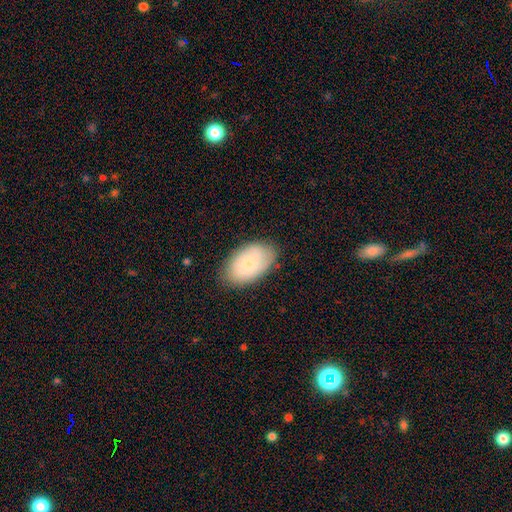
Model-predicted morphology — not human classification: Smooth or featured?
  - smooth: 72% *
  - featured or disk: 22%
  - star or artifact: 7%
How rounded?
  - in between: 93% *
  - round: 6%
  - cigar-shaped: 1%
Merging?
  - none: 80% *
  - minor disturbance: 14%
  - major disturbance: 4%
  - merger: 1%